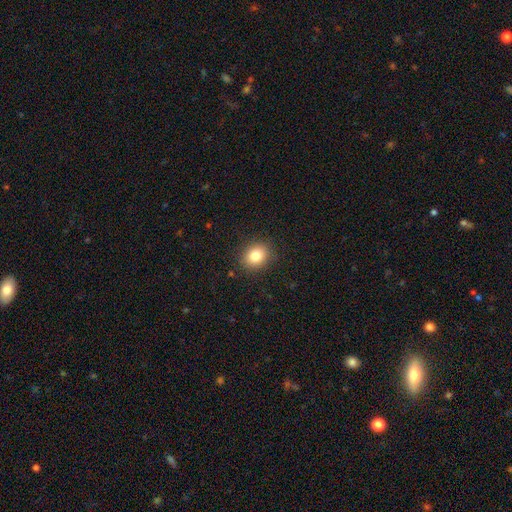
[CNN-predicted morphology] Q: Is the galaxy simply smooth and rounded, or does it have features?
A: smooth — 82%.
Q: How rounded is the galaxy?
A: round — 59%.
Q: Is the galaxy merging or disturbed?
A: none — 89%.